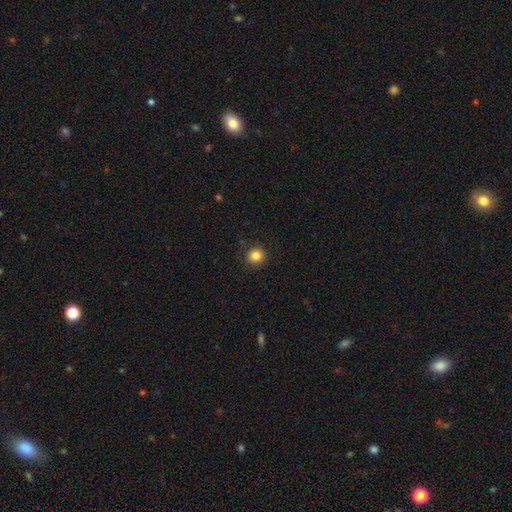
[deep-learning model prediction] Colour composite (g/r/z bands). It shows a smooth galaxy with no disk features (85%) that is round (93%). Merging: none (91%).